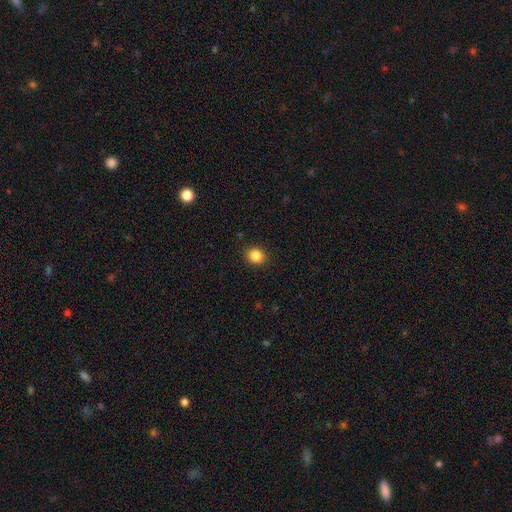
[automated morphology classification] A smooth galaxy with no disk features (86%) that is round (74%).

Vote fractions:
- Smooth or featured? smooth: 86% / star or artifact: 11% / featured or disk: 4%
- How rounded? round: 74% / in between: 25% / cigar-shaped: 1%
- Merging? none: 90% / minor disturbance: 7% / major disturbance: 2% / merger: 1%